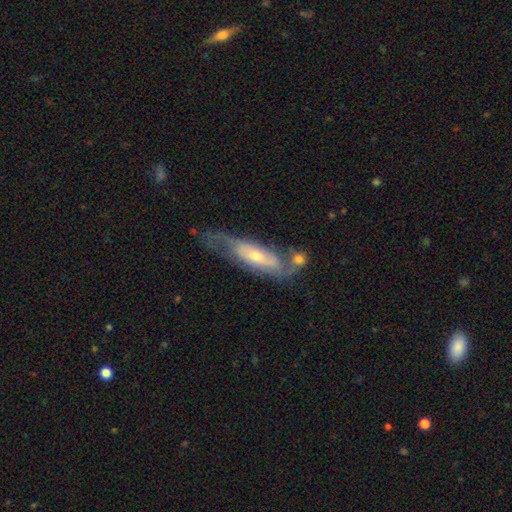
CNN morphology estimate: Smooth or featured: featured or disk — 67% (smooth — 27%)
Edge-on disk: no — 73% (yes — 27%)
Merging: none — 41% (minor disturbance — 24%)